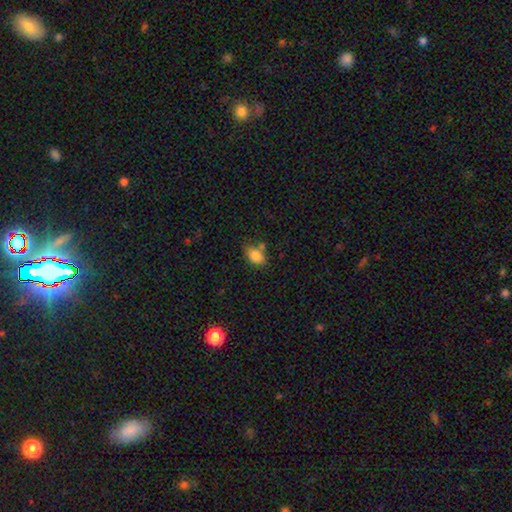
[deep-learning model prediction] Overall: smooth (84%). How rounded: in between (82%). Merging: none (61%).